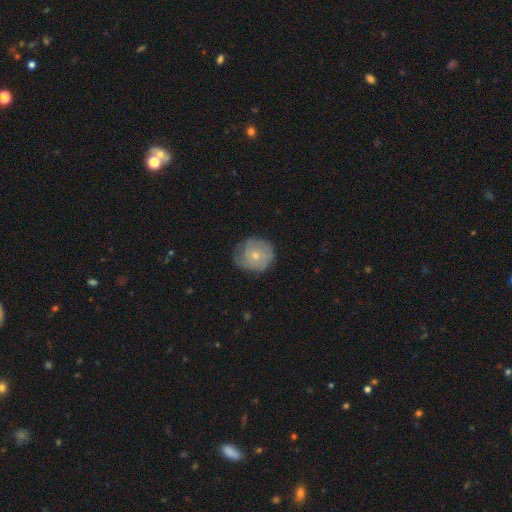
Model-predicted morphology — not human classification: smooth-or-featured: smooth: 53% | featured or disk: 40% | star or artifact: 7%
  how-rounded: round: 85% | in between: 14% | cigar-shaped: 1%
  merging: none: 63% | minor disturbance: 27% | major disturbance: 9% | merger: 1%